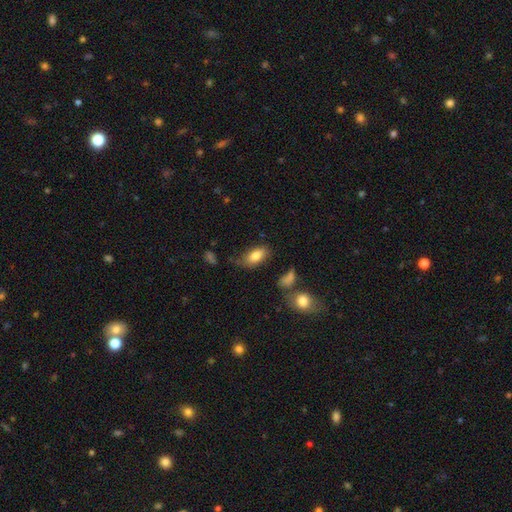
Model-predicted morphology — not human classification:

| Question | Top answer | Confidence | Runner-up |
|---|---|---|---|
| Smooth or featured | smooth | 81% | featured or disk (12%) |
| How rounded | in between | 91% | cigar-shaped (5%) |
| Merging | none | 66% | minor disturbance (23%) |